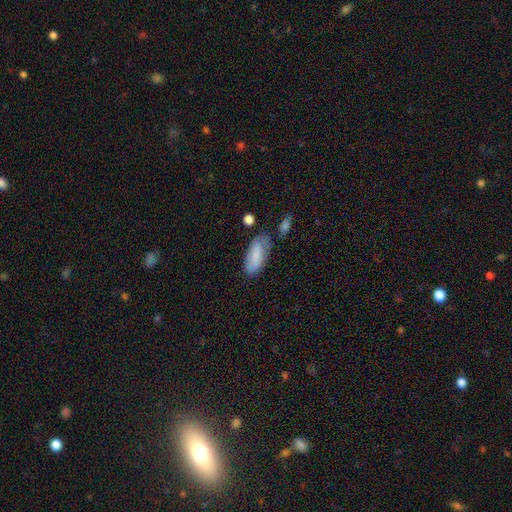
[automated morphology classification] Smooth or featured?
  - smooth: 77% *
  - featured or disk: 16%
  - star or artifact: 7%
How rounded?
  - in between: 83% *
  - cigar-shaped: 15%
  - round: 2%
Merging?
  - none: 58% *
  - minor disturbance: 26%
  - major disturbance: 9%
  - merger: 7%